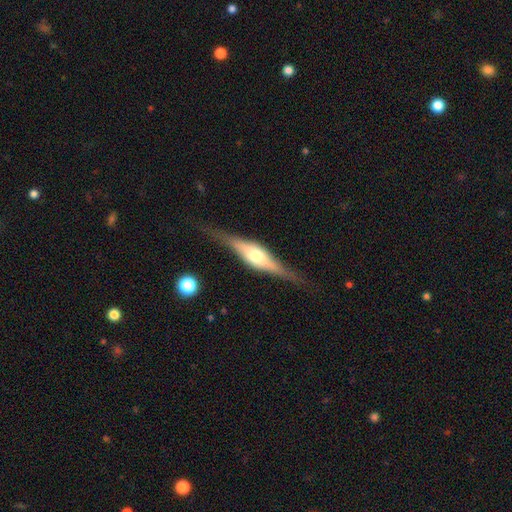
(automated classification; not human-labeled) This appears to be a featured or disk galaxy (74%) viewed edge-on (96%) with a rounded central bulge (83%). Merging: none (80%).